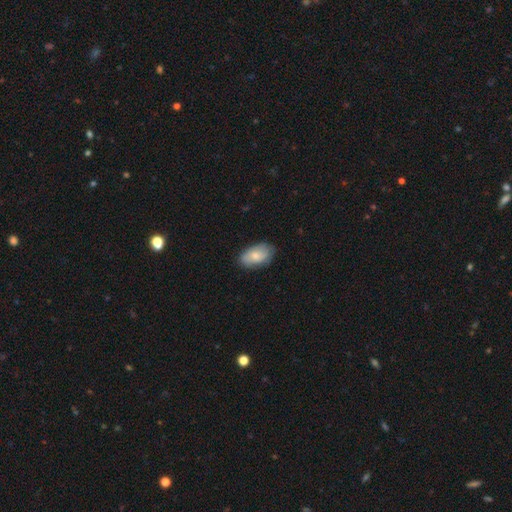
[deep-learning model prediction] Overall: smooth (73%). How rounded: in between (93%). Merging: none (76%).